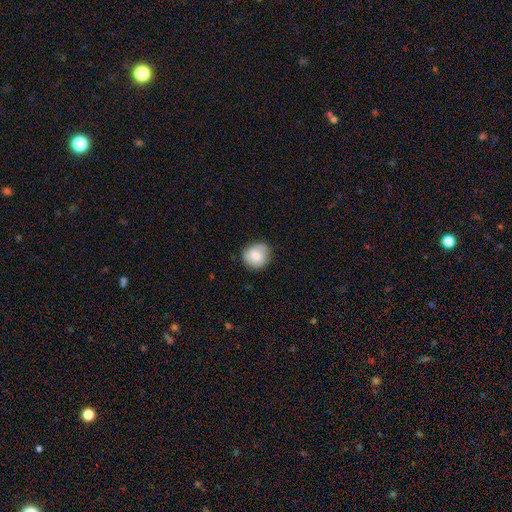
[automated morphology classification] Q: Smooth or featured?
A: smooth (79%); runner-up: featured or disk (13%)
Q: How rounded?
A: round (86%); runner-up: in between (14%)
Q: Merging?
A: none (75%); runner-up: minor disturbance (20%)